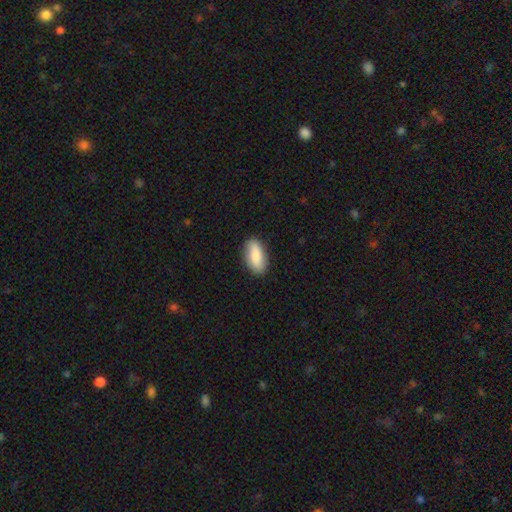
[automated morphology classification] type=smooth (81%); roundness=in between (88%); merging=none (86%).